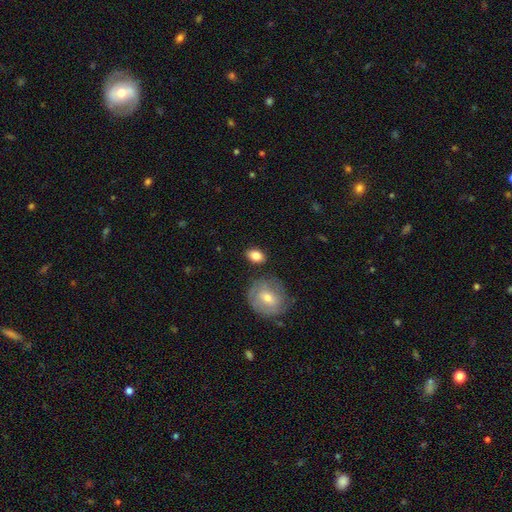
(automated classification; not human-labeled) Smooth or featured? smooth (83%)
How rounded? in between (78%)
Merging? none (81%)